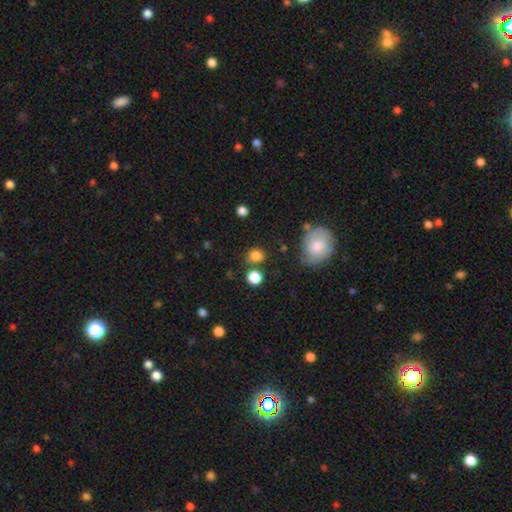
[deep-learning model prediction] Morphology: type=smooth (81%); roundness=round (68%); merging=none (68%).